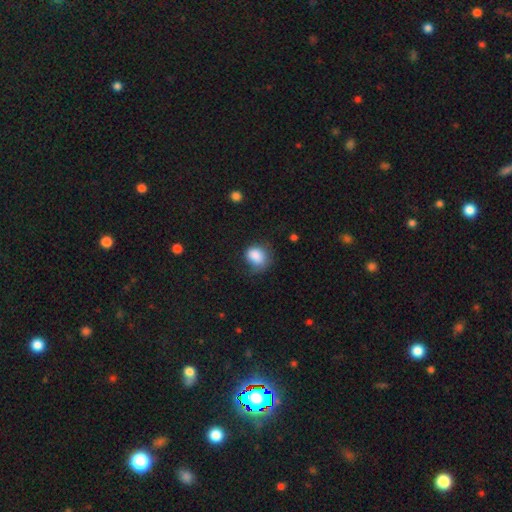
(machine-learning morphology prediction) smooth_or_featured: smooth (p=0.85) [alt: star or artifact p=0.08]
how_rounded: in between (p=0.50) [alt: round p=0.49]
merging: none (p=0.51) [alt: minor disturbance p=0.32]